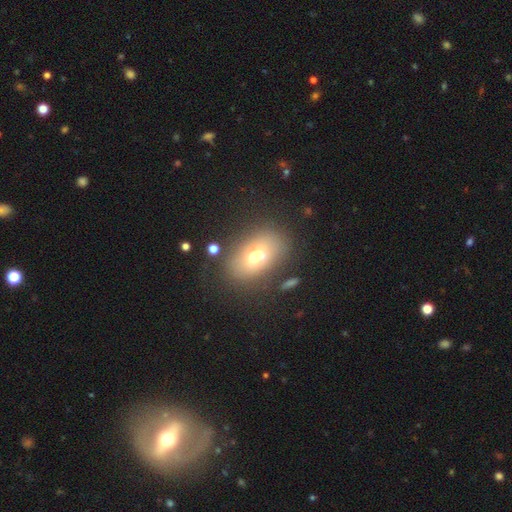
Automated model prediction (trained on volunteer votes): A smooth galaxy with no disk features (68%) that is in between round and cigar-shaped (85%).

Vote fractions:
- Smooth or featured? smooth: 68% / featured or disk: 21% / star or artifact: 11%
- How rounded? in between: 85% / round: 13% / cigar-shaped: 2%
- Merging? none: 77% / minor disturbance: 13% / major disturbance: 6% / merger: 4%